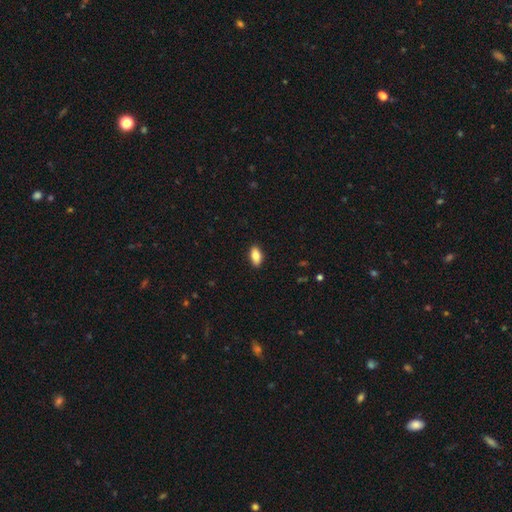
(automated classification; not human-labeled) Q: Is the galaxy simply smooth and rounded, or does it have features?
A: smooth — 85%.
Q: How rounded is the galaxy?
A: in between — 91%.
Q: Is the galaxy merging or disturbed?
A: none — 89%.